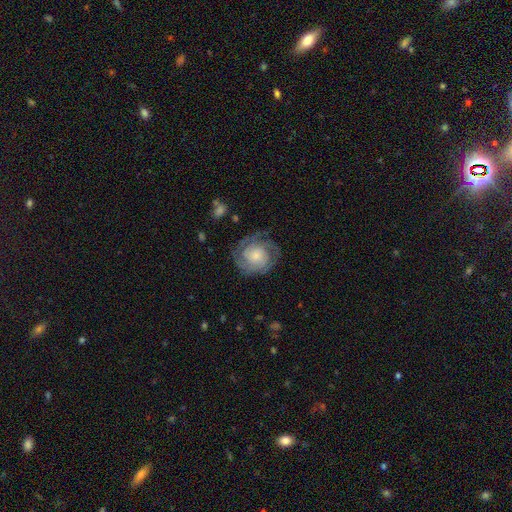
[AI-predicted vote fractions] Smooth or featured? Predicted: featured or disk (p=0.72). Edge-on disk? Predicted: no (p=0.98). Bar? Predicted: no (p=0.78). Spiral arms? Predicted: yes (p=0.92). Spiral winding? Predicted: tight (p=0.62). Spiral arm count? Predicted: can't tell (p=0.32). Bulge size? Predicted: small (p=0.52). Merging? Predicted: none (p=0.71).